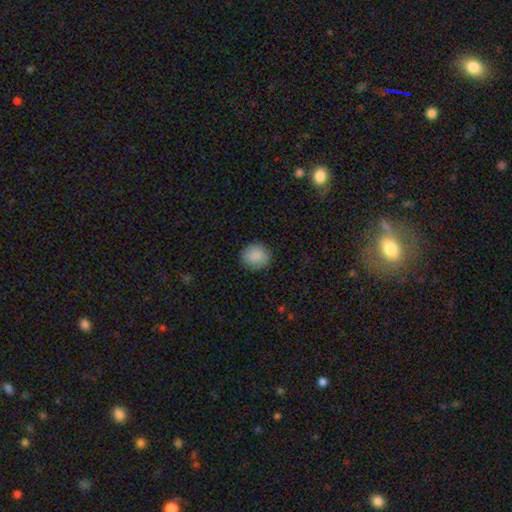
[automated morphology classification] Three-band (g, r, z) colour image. It shows a smooth galaxy with no disk features (89%) that is round (86%). Merging: none (89%).